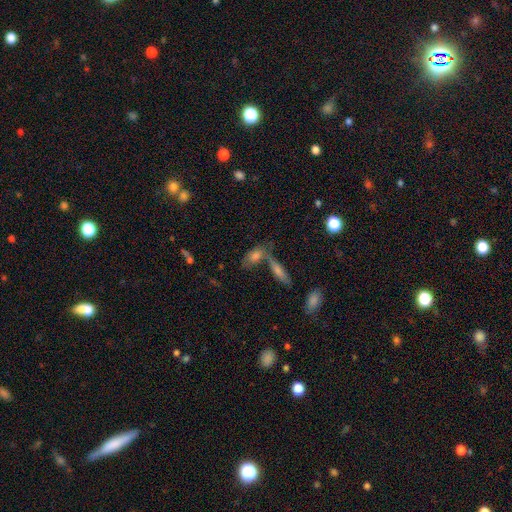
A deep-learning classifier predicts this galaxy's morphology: Q: Smooth or featured?
A: smooth (63%); runner-up: featured or disk (23%)
Q: How rounded?
A: in between (70%); runner-up: cigar-shaped (23%)
Q: Merging?
A: none (48%); runner-up: merger (35%)